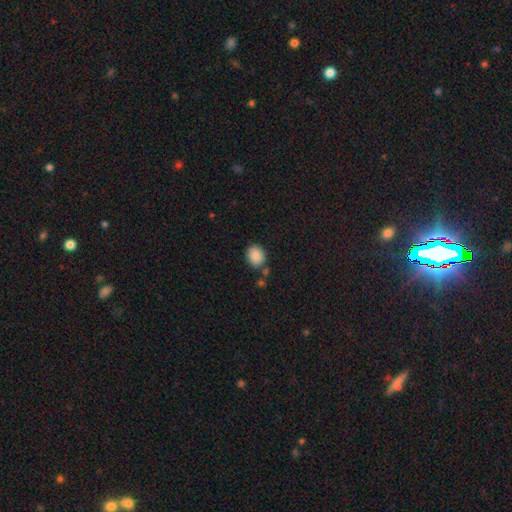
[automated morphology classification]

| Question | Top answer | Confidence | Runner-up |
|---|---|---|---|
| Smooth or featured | smooth | 88% | star or artifact (8%) |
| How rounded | round | 54% | in between (45%) |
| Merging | none | 76% | minor disturbance (13%) |